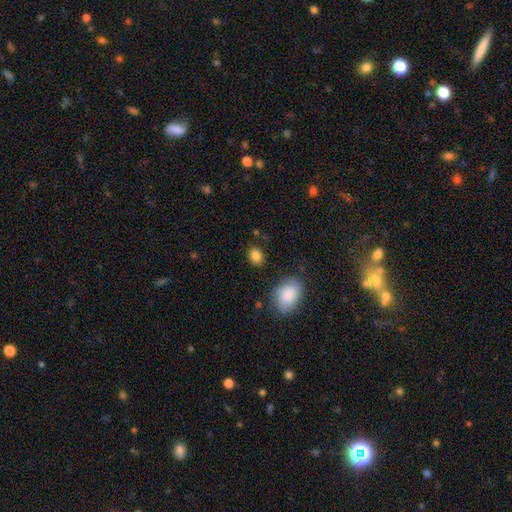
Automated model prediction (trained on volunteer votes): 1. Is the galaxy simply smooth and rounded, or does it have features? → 86% smooth, 8% star or artifact, 5% featured or disk.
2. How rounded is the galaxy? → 58% in between, 41% round, 1% cigar-shaped.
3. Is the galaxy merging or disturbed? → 81% none, 12% minor disturbance, 3% major disturbance, 3% merger.